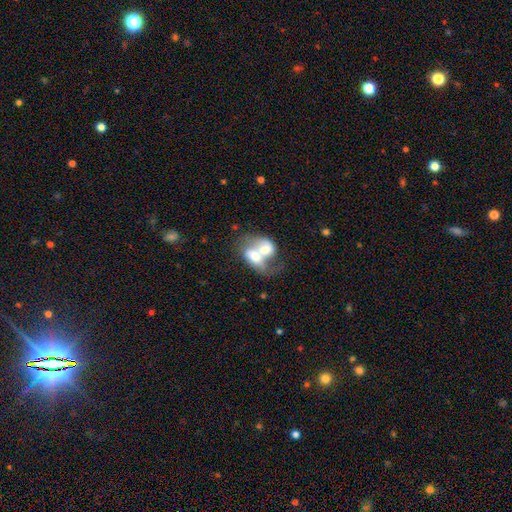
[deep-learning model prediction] A smooth galaxy with no disk features (47%). Merging: merger (81%).